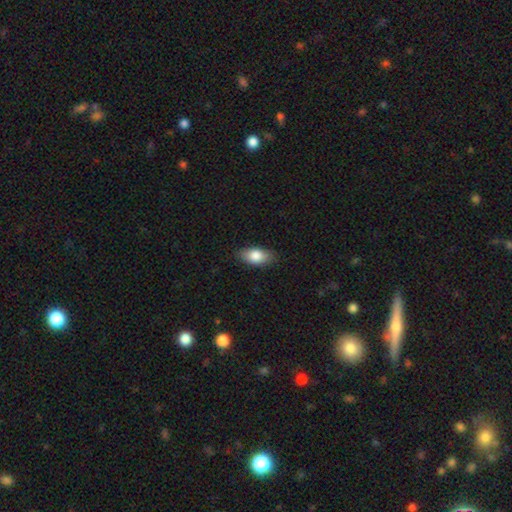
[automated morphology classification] smooth_or_featured: smooth (p=0.82) [alt: featured or disk p=0.11]
how_rounded: in between (p=0.90) [alt: cigar-shaped p=0.05]
merging: none (p=0.85) [alt: minor disturbance p=0.12]